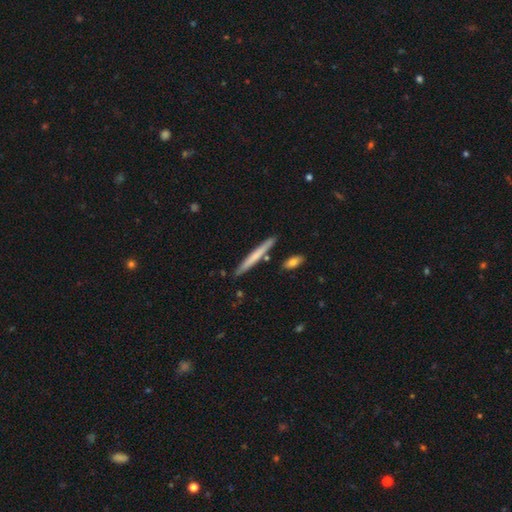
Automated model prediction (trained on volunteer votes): smooth_or_featured: smooth (p=0.60) [alt: featured or disk p=0.35]
how_rounded: cigar-shaped (p=0.96) [alt: in between p=0.02]
merging: none (p=0.85) [alt: minor disturbance p=0.09]